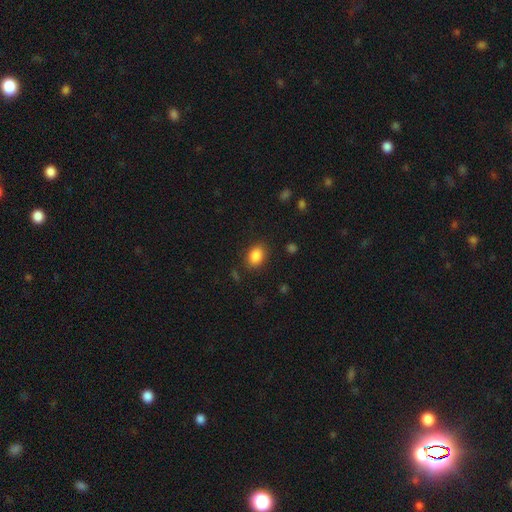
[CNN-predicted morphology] Smooth or featured: smooth — 87% (star or artifact — 9%)
How rounded: in between — 74% (round — 25%)
Merging: none — 83% (minor disturbance — 12%)